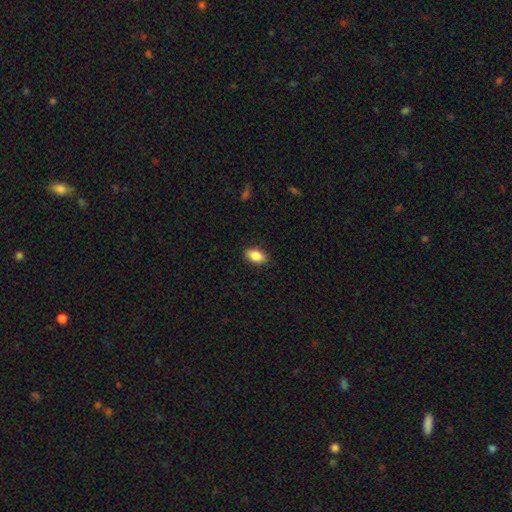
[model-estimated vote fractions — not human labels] Smooth or featured? smooth (86%)
How rounded? in between (91%)
Merging? none (89%)